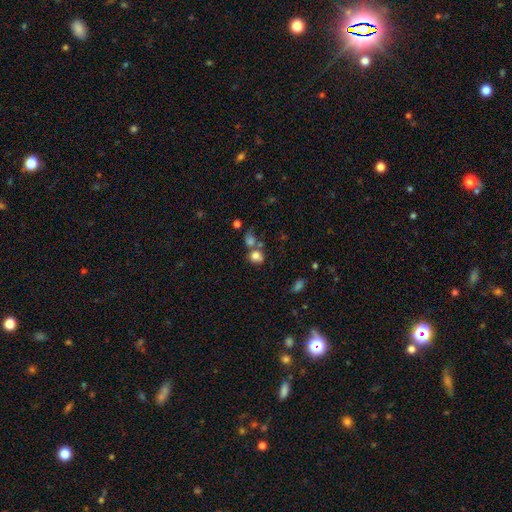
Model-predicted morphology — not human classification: Smooth or featured: smooth — 78% (star or artifact — 12%)
How rounded: round — 68% (in between — 31%)
Merging: none — 46% (merger — 35%)